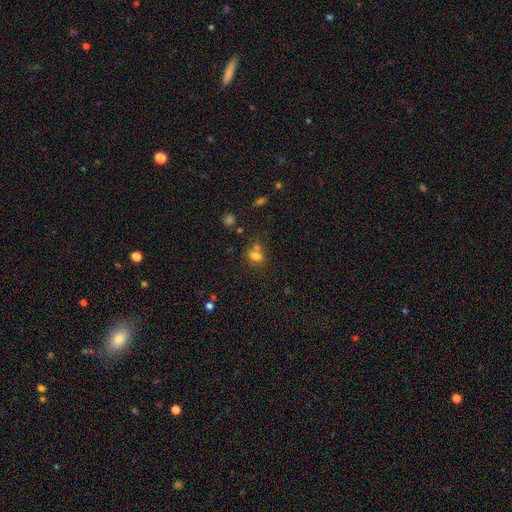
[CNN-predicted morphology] smooth 72%, star or artifact 17%, featured or disk 11%. Down the decision tree: how rounded — in between (61%); merging — none (45%).